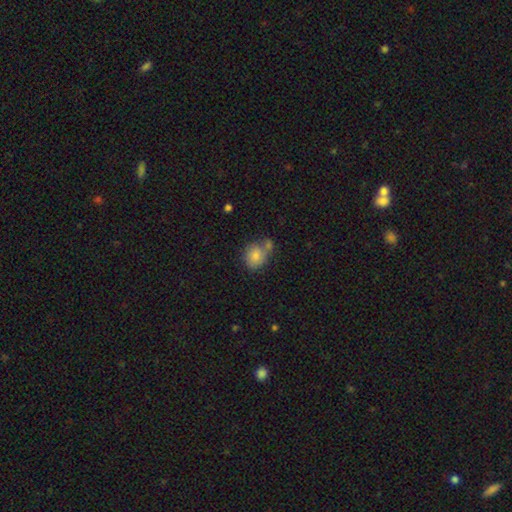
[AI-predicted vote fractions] This is clearly a smooth galaxy (82%). How rounded: possibly round (55%). Merging: possibly none (47%).